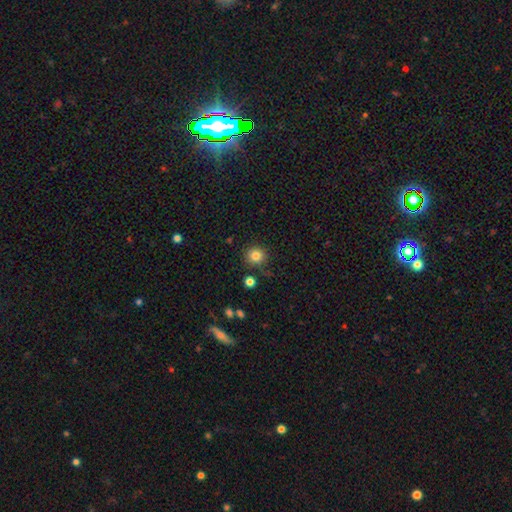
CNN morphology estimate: Q: Smooth or featured?
A: smooth (82%); runner-up: star or artifact (12%)
Q: How rounded?
A: round (91%); runner-up: in between (8%)
Q: Merging?
A: none (84%); runner-up: minor disturbance (9%)